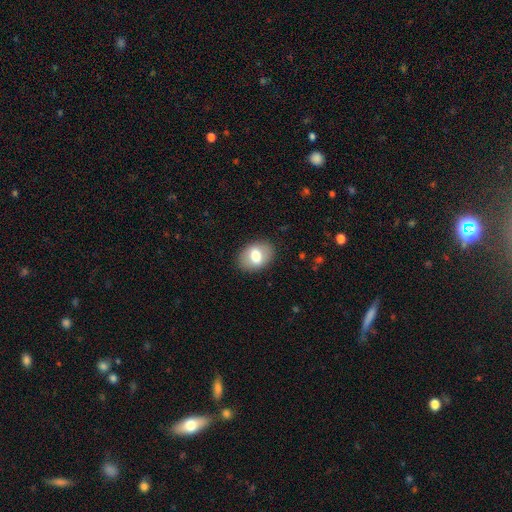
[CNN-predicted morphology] smooth_or_featured: smooth (p=0.71) [alt: featured or disk p=0.22]
how_rounded: in between (p=0.75) [alt: round p=0.24]
merging: none (p=0.86) [alt: minor disturbance p=0.10]